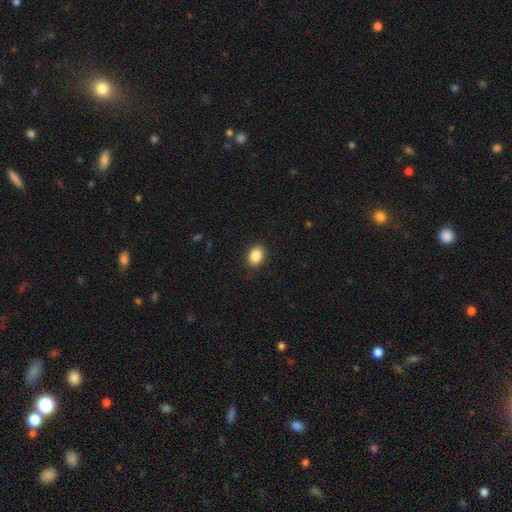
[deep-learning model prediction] A smooth galaxy with no disk features (87%) that is in between round and cigar-shaped (73%). Merging: none (88%).